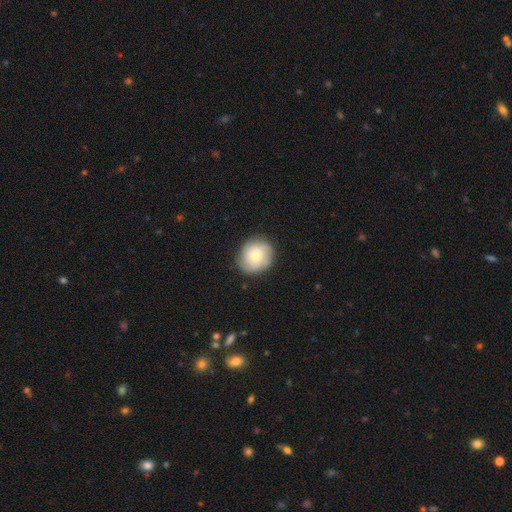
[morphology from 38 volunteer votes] A smooth galaxy with no disk features (66%) that is round (92%).

Vote fractions:
- Smooth or featured? smooth: 66% / featured or disk: 26% / star or artifact: 8%
- How rounded? round: 92% / in between: 8% / cigar-shaped: 0%
- Merging? none: 74% / minor disturbance: 23% / major disturbance: 3% / merger: 0%